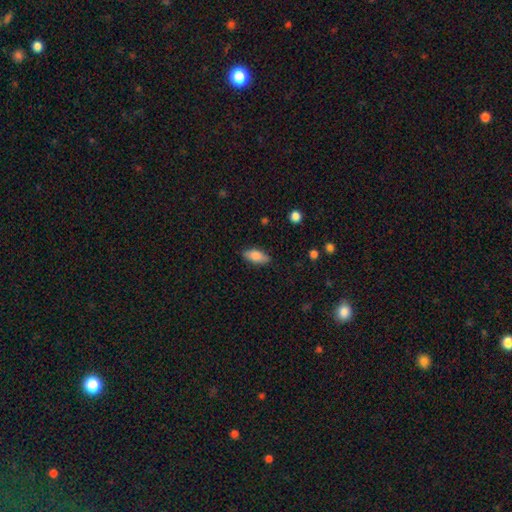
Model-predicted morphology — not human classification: smooth 81%, featured or disk 12%, star or artifact 7%. Down the decision tree: how rounded — in between (82%); merging — none (83%).